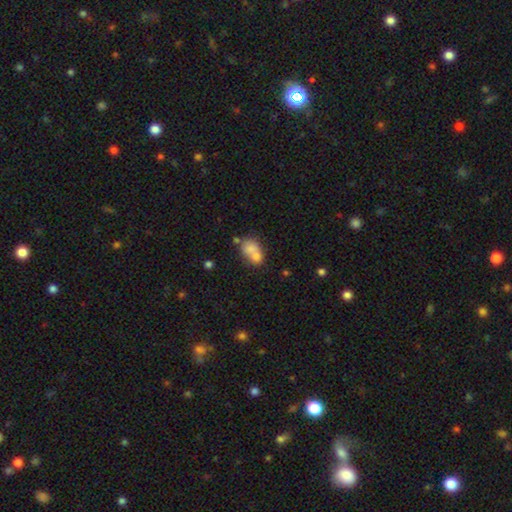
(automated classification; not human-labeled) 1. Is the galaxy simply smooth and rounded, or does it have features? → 73% smooth, 17% featured or disk, 10% star or artifact.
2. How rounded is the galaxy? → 55% in between, 44% round, 1% cigar-shaped.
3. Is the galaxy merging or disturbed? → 58% merger, 28% none, 10% minor disturbance, 5% major disturbance.